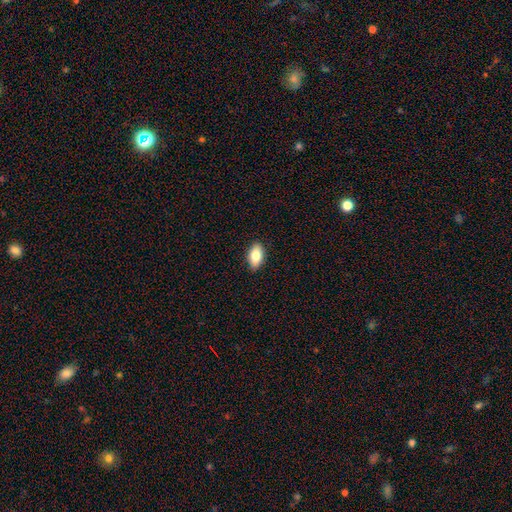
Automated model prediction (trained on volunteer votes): smooth_or_featured: smooth (p=0.83) [alt: featured or disk p=0.10]
how_rounded: in between (p=0.92) [alt: round p=0.04]
merging: none (p=0.88) [alt: minor disturbance p=0.09]